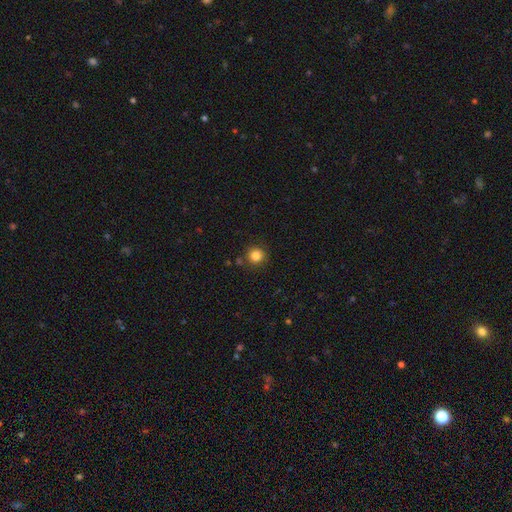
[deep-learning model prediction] Smooth or featured: smooth — 84% (star or artifact — 12%)
How rounded: round — 94% (in between — 5%)
Merging: none — 87% (minor disturbance — 7%)